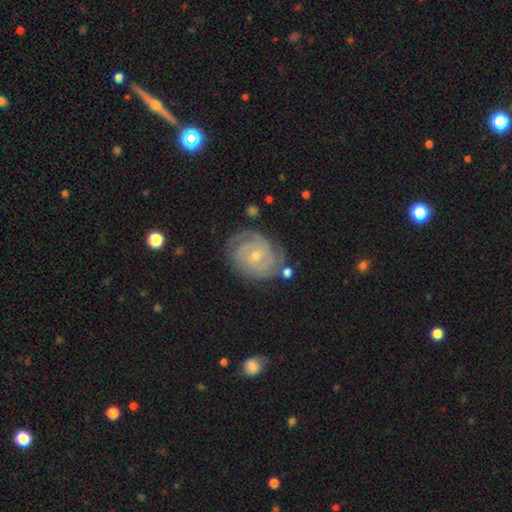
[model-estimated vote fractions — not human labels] A featured or disk galaxy (85%) with no bar (61%), 2 (33%) tight (75%) spiral arms (96%) and a small central bulge (67%).

Vote fractions:
- Smooth or featured? featured or disk: 85% / smooth: 9% / star or artifact: 6%
- Edge-on disk? no: 98% / yes: 2%
- Bar? no: 61% / weak: 32% / strong: 6%
- Spiral arms? yes: 96% / no: 4%
- Spiral winding? tight: 75% / medium: 21% / loose: 4%
- Spiral arm count? 2: 33% / 3: 26% / can't tell: 22% / 4: 10% / 1: 5% / more than 4: 5%
- Bulge size? small: 67% / moderate: 31% / none: 1% / large: 1% / dominant: 1%
- Merging? none: 74% / minor disturbance: 18% / major disturbance: 5% / merger: 3%